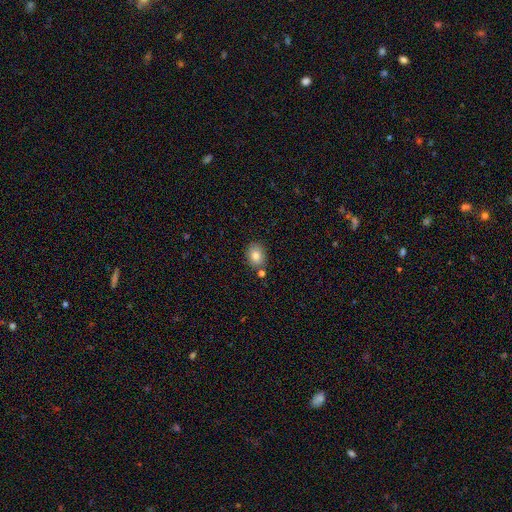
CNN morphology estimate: type=smooth (82%); roundness=in between (56%); merging=none (78%).